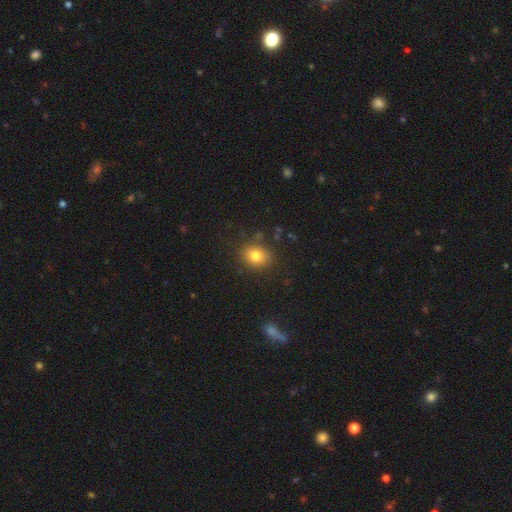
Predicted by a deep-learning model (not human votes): This appears to be a smooth galaxy with no disk features (80%) that is round (60%). Merging: none (83%).